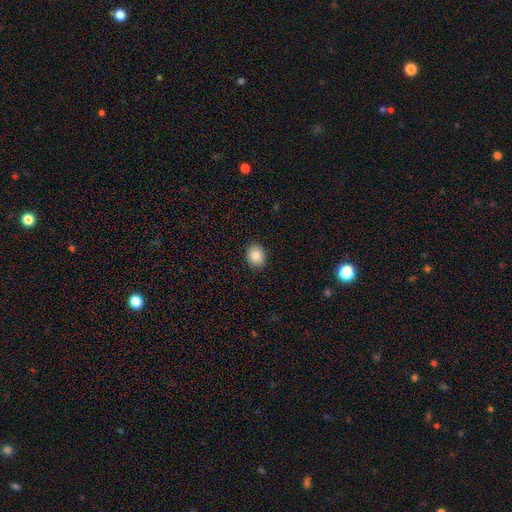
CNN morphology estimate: A smooth galaxy with no disk features (85%) that is in between round and cigar-shaped (50%).

Vote fractions:
- Smooth or featured? smooth: 85% / star or artifact: 8% / featured or disk: 6%
- How rounded? in between: 50% / round: 49% / cigar-shaped: 1%
- Merging? none: 90% / minor disturbance: 7% / major disturbance: 2% / merger: 1%